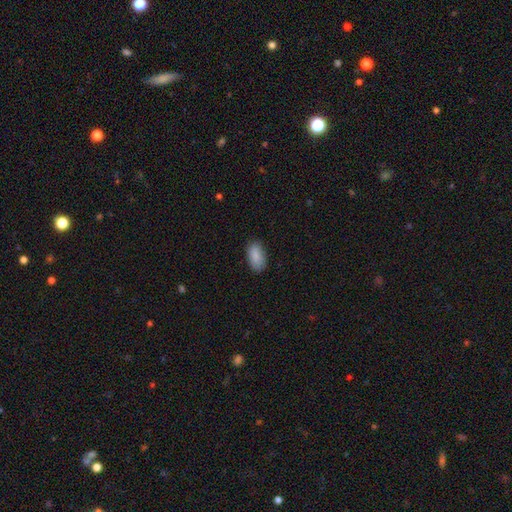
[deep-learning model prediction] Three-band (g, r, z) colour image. It shows a smooth galaxy with no disk features (89%) that is in between round and cigar-shaped (93%). Merging: none (84%).